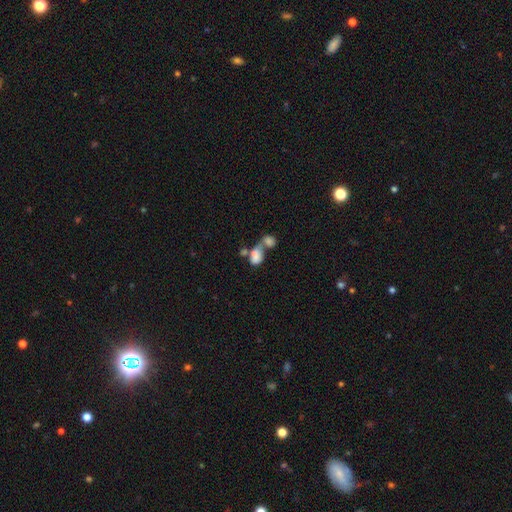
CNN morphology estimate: A smooth galaxy with no disk features (76%) that is in between round and cigar-shaped (83%). Merging: merger (71%).